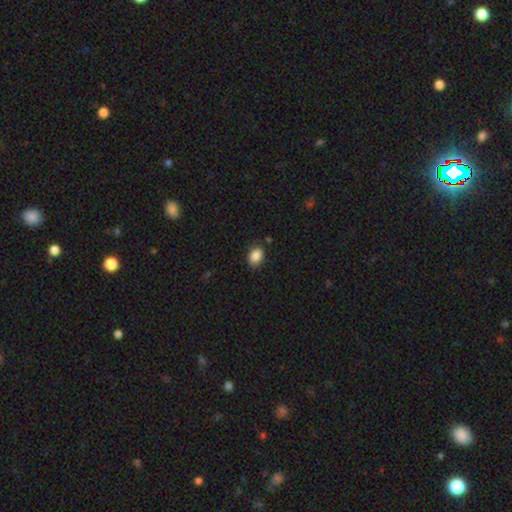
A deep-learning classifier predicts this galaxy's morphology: Smooth or featured? Predicted: smooth (p=0.87). How rounded? Predicted: in between (p=0.69). Merging? Predicted: none (p=0.83).